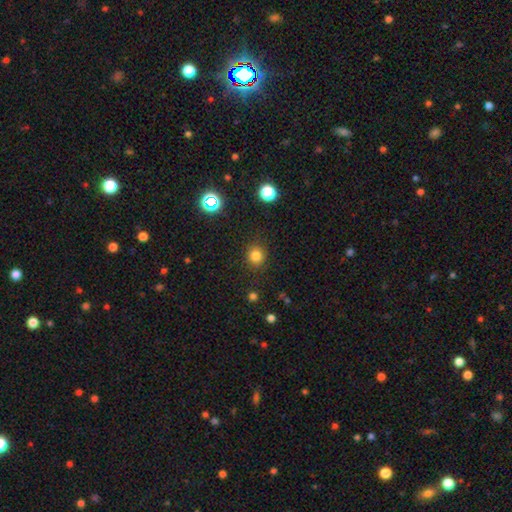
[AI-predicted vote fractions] Overall: smooth (80%). How rounded: round (87%). Merging: none (88%).